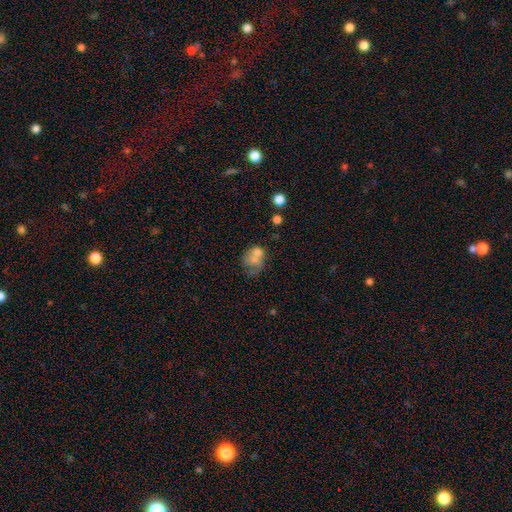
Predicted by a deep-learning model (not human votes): Q: Smooth or featured?
A: smooth (62%); runner-up: featured or disk (27%)
Q: How rounded?
A: round (53%); runner-up: in between (46%)
Q: Merging?
A: merger (42%); runner-up: none (26%)